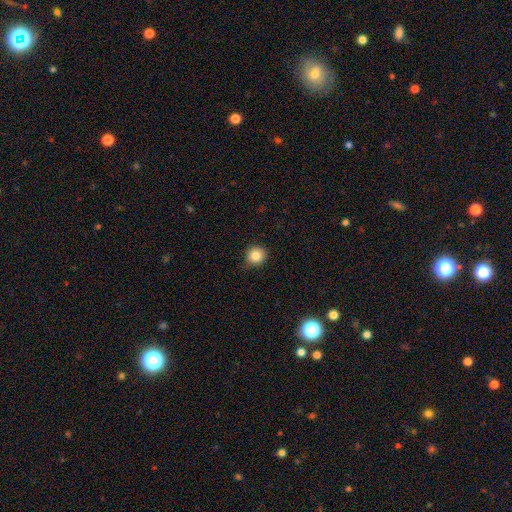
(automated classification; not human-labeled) Smooth or featured? Predicted: smooth (p=0.84). How rounded? Predicted: round (p=0.90). Merging? Predicted: none (p=0.88).